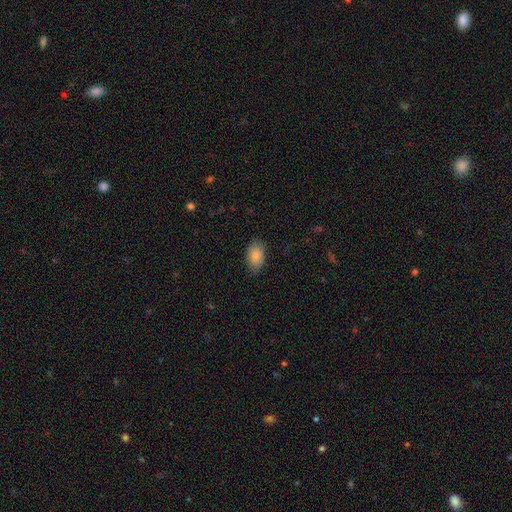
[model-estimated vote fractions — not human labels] Smooth or featured? smooth (85%)
How rounded? in between (91%)
Merging? none (80%)